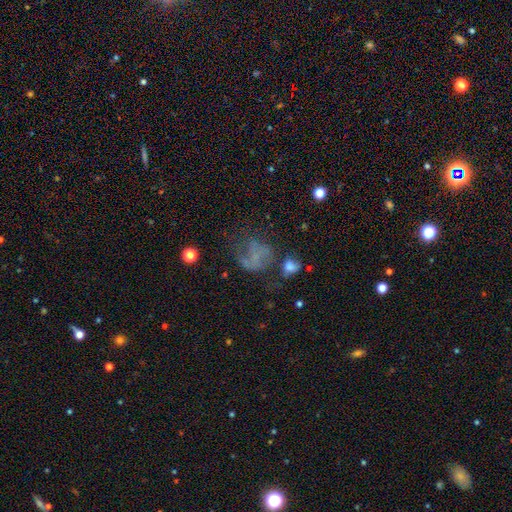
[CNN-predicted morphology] Smooth or featured? featured or disk (42%)
Merging? major disturbance (37%)